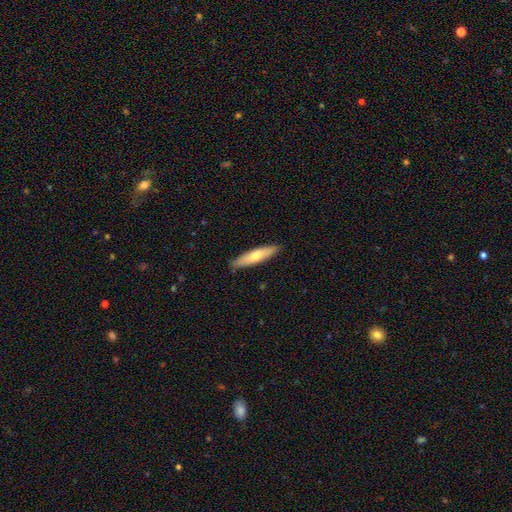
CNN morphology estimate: The model was most divided on "smooth or featured": smooth: 65%, featured or disk: 30%, star or artifact: 5%. More confident: merging — none (89%); how rounded — cigar-shaped (82%).